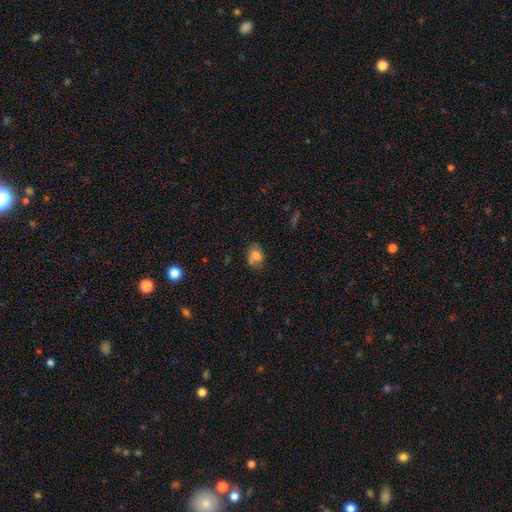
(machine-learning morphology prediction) Smooth or featured: smooth — 67% (featured or disk — 22%)
How rounded: in between — 71% (round — 27%)
Merging: none — 62% (minor disturbance — 25%)